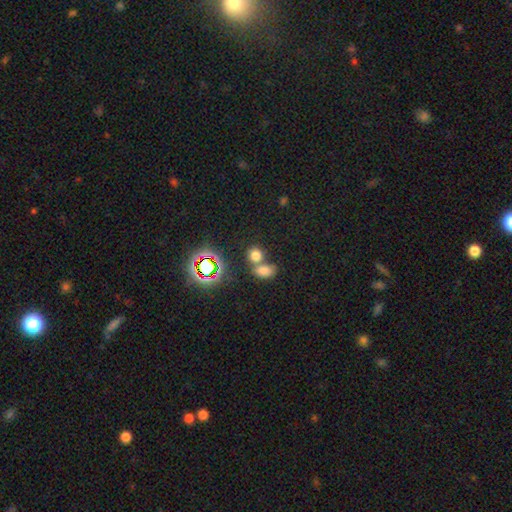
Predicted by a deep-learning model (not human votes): Smooth or featured? Predicted: smooth (p=0.71). How rounded? Predicted: round (p=0.53). Merging? Predicted: none (p=0.46).